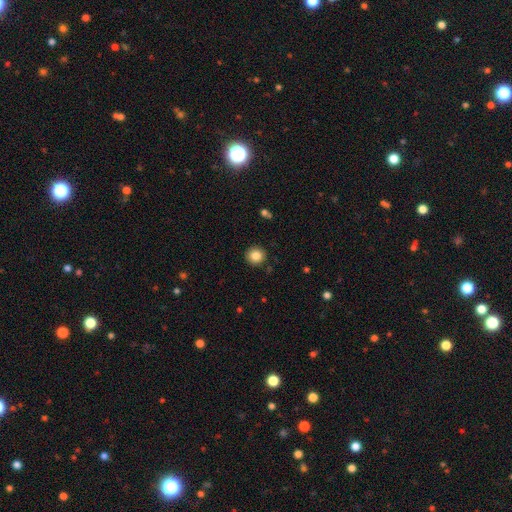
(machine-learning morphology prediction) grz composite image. It shows a smooth galaxy with no disk features (85%) that is round (93%). Merging: none (91%).